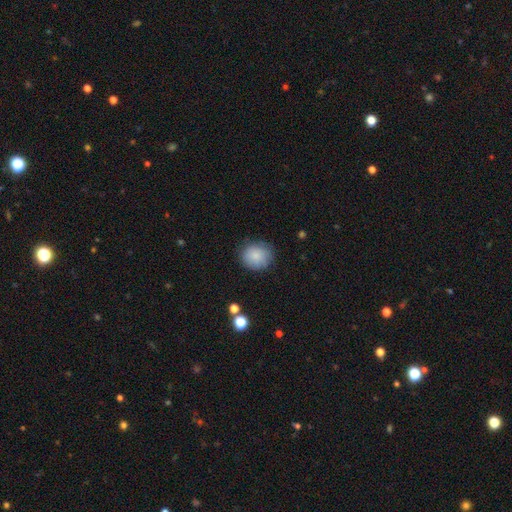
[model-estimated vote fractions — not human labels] smooth 84%, featured or disk 8%, star or artifact 7%. Down the decision tree: how rounded — round (82%); merging — none (80%).